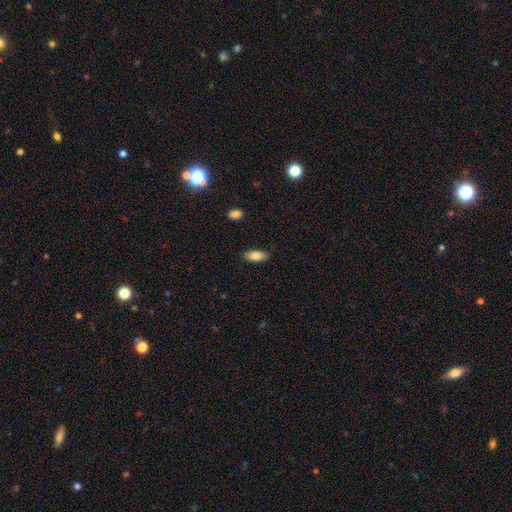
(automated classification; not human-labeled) smooth-or-featured: smooth: 82% | featured or disk: 11% | star or artifact: 7%
  how-rounded: in between: 86% | cigar-shaped: 11% | round: 2%
  merging: none: 88% | minor disturbance: 9% | major disturbance: 2% | merger: 1%